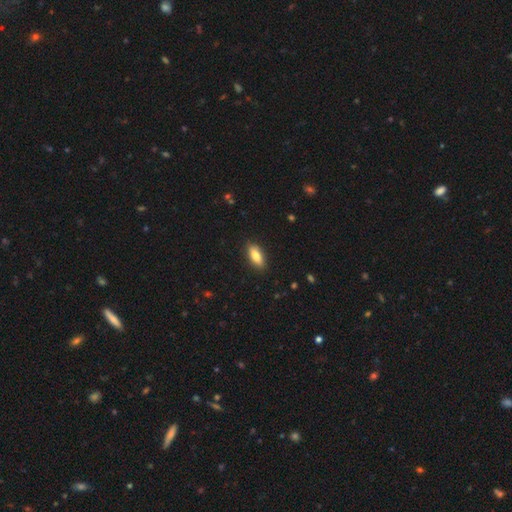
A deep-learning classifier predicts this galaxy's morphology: A smooth galaxy with no disk features (81%) that is in between round and cigar-shaped (81%). Merging: none (88%).